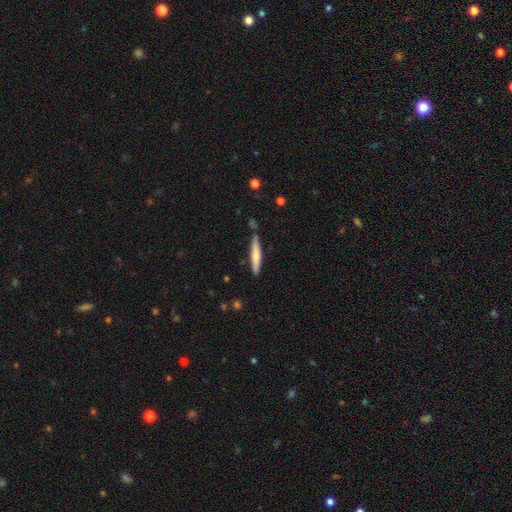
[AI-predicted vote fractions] Overall: smooth (65%; featured or disk 30%). How rounded: cigar-shaped (92%). Merging: none (81%).